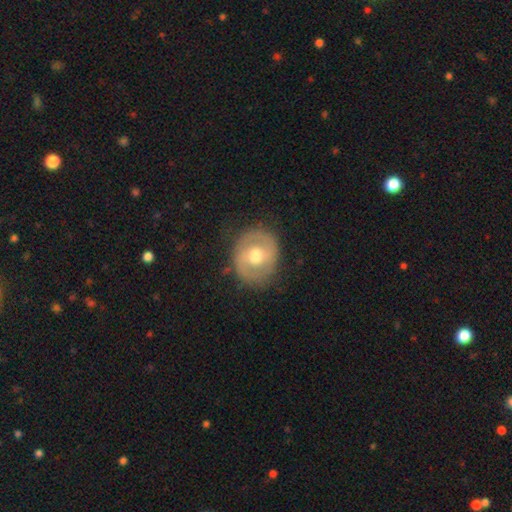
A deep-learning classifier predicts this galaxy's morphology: The model was most divided on "bar": no: 47%, weak: 39%, strong: 15%. More confident: edge-on disk — no (96%); merging — none (81%); bulge size — moderate (77%); smooth or featured — featured or disk (58%); spiral arms — yes (54%).